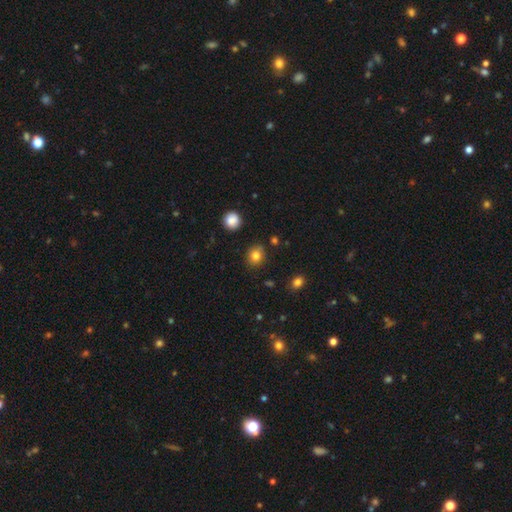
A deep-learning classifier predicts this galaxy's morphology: This appears to be a smooth galaxy with no disk features (82%) that is round (74%). Merging: none (85%).